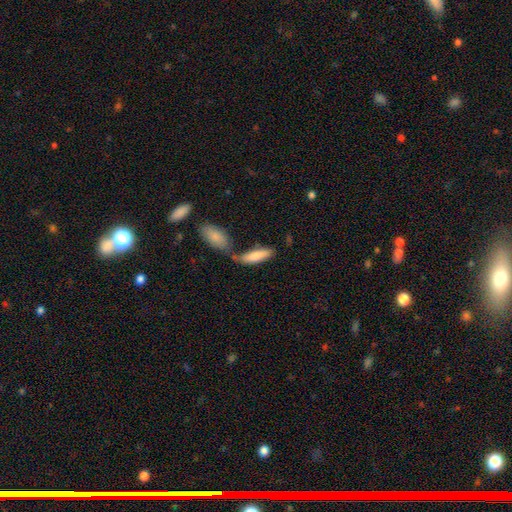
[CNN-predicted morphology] Overall: smooth (78%). How rounded: in between (55%; cigar-shaped 43%). Merging: merger (39%, tied with none).